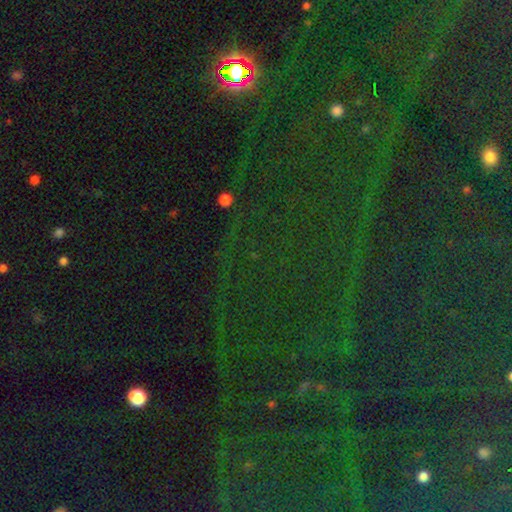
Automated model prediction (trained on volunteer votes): This is clearly a star or artifact rather than a galaxy (84%).